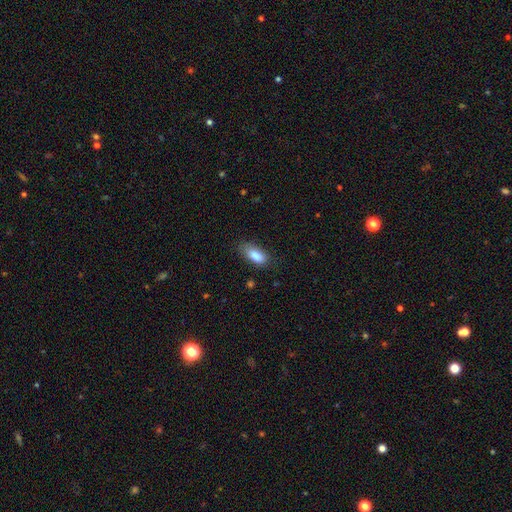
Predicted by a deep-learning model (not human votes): Smooth or featured?
  - smooth: 86% *
  - star or artifact: 7%
  - featured or disk: 7%
How rounded?
  - in between: 84% *
  - cigar-shaped: 13%
  - round: 3%
Merging?
  - none: 68% *
  - minor disturbance: 24%
  - major disturbance: 6%
  - merger: 2%